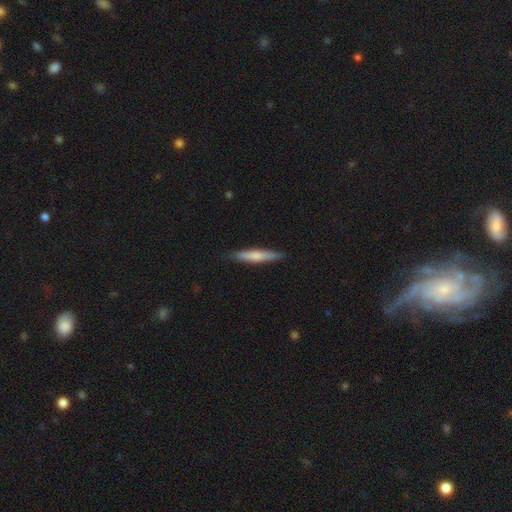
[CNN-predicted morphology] Smooth or featured? smooth (65%)
How rounded? cigar-shaped (91%)
Merging? none (86%)